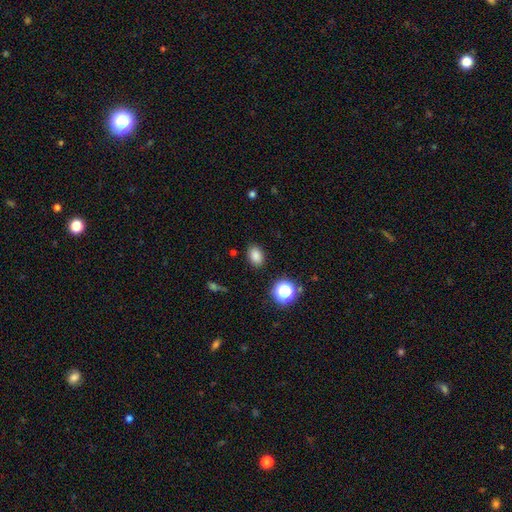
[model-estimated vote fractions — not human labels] Smooth or featured: smooth — 82% (star or artifact — 13%)
How rounded: in between — 78% (round — 21%)
Merging: none — 87% (minor disturbance — 9%)